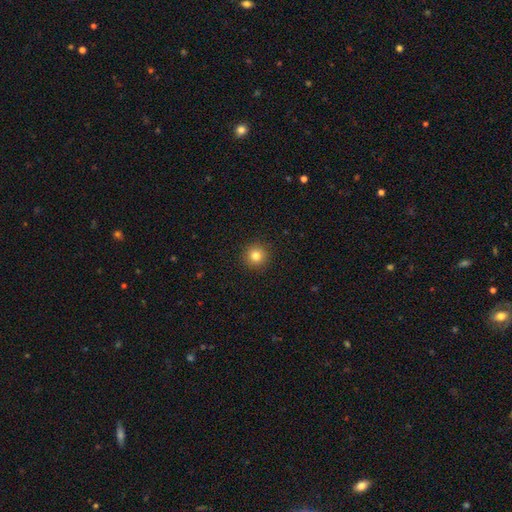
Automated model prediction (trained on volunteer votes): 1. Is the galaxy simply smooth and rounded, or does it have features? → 81% smooth, 12% star or artifact, 7% featured or disk.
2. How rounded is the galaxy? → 95% round, 4% in between, 1% cigar-shaped.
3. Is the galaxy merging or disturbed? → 92% none, 5% minor disturbance, 2% major disturbance, 1% merger.